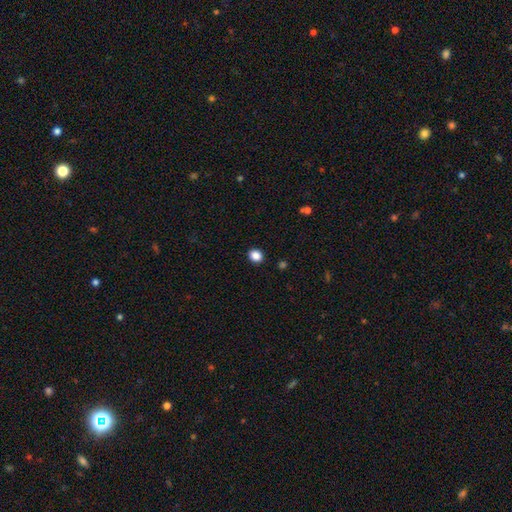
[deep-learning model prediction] Smooth or featured: smooth — 87% (star or artifact — 10%)
How rounded: round — 70% (in between — 29%)
Merging: none — 92% (minor disturbance — 5%)